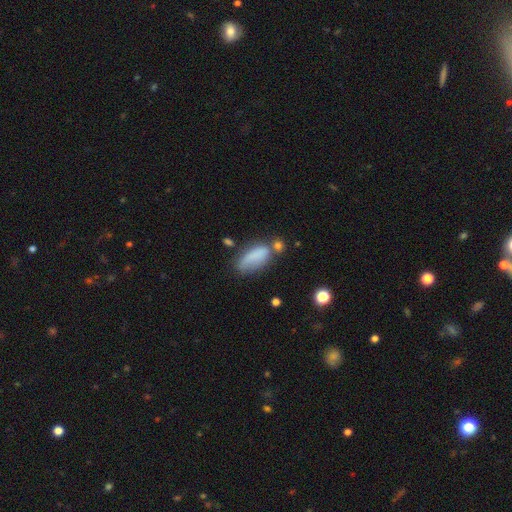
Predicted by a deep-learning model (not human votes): smooth-or-featured: smooth: 75% | featured or disk: 16% | star or artifact: 9%
  how-rounded: in between: 77% | cigar-shaped: 20% | round: 3%
  merging: none: 44% | minor disturbance: 27% | merger: 16% | major disturbance: 13%